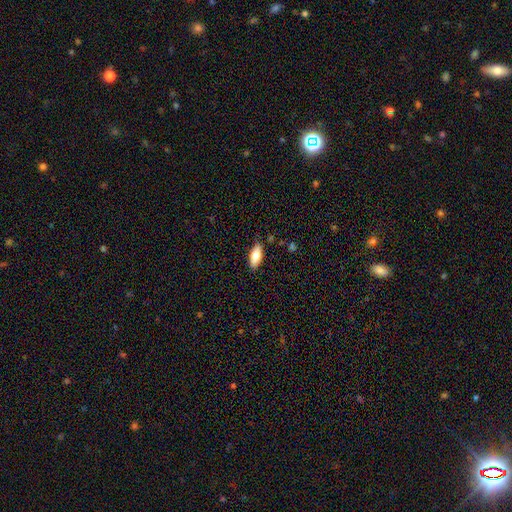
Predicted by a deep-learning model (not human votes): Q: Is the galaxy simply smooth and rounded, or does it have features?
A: smooth — 75%.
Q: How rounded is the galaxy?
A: in between — 82%.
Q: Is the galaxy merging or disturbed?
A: none — 85%.